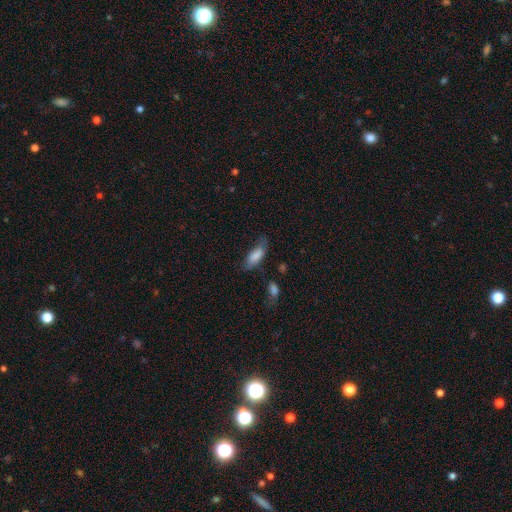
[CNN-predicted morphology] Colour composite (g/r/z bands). It shows a smooth galaxy with no disk features (79%) that is in between round and cigar-shaped (76%). Merging: none (51%).